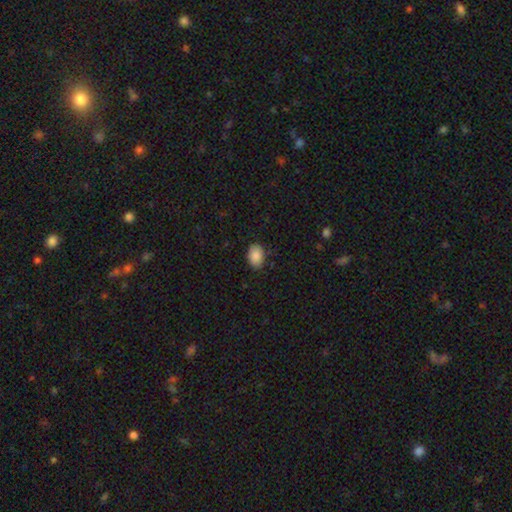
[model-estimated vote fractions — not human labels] A smooth galaxy with no disk features (88%) that is in between round and cigar-shaped (81%). Merging: none (84%).